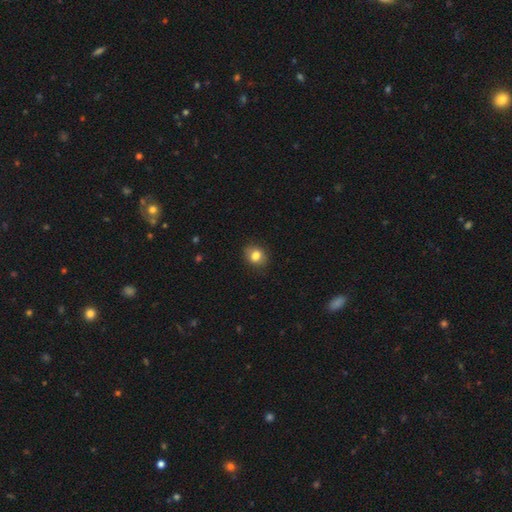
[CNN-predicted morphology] Smooth or featured: smooth — 80% (star or artifact — 10%)
How rounded: round — 65% (in between — 34%)
Merging: none — 85% (minor disturbance — 12%)